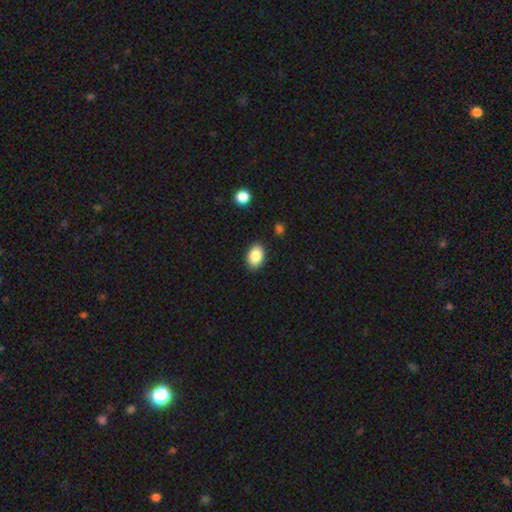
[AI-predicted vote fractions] A smooth galaxy with no disk features (86%) that is in between round and cigar-shaped (88%). Merging: none (88%).